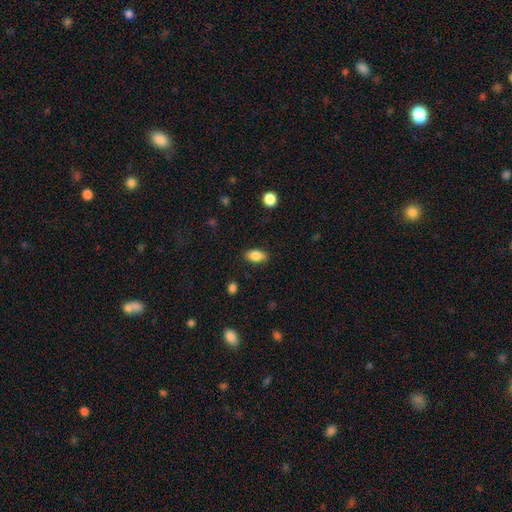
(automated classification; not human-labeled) Smooth or featured?
  - smooth: 84% *
  - featured or disk: 8%
  - star or artifact: 8%
How rounded?
  - in between: 90% *
  - round: 6%
  - cigar-shaped: 4%
Merging?
  - none: 87% *
  - minor disturbance: 10%
  - major disturbance: 2%
  - merger: 1%